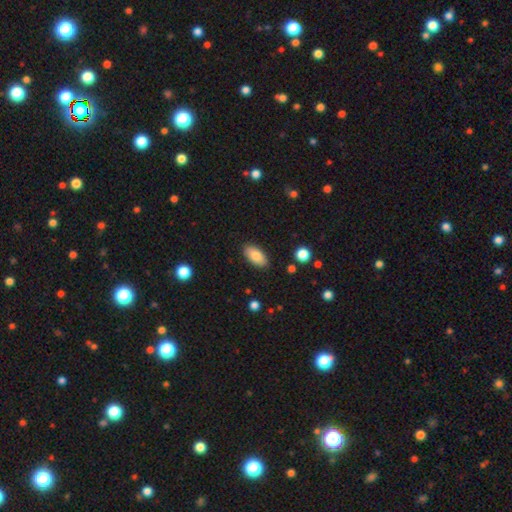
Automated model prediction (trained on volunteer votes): This appears to be a smooth galaxy with no disk features (82%) that is in between round and cigar-shaped (92%). Merging: none (87%).